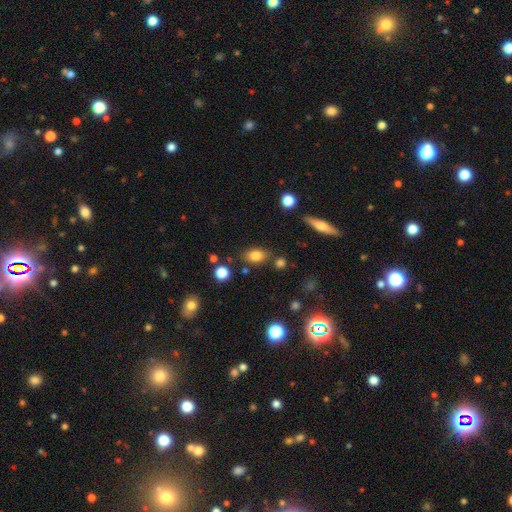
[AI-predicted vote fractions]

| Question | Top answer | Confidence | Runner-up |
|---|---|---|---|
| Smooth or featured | smooth | 81% | star or artifact (11%) |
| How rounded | in between | 79% | round (19%) |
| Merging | none | 76% | minor disturbance (13%) |